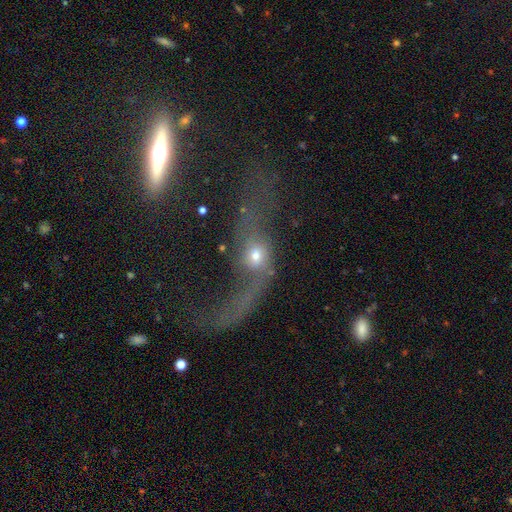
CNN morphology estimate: A featured or disk galaxy (56%).

Vote fractions:
- Smooth or featured? featured or disk: 56% / smooth: 30% / star or artifact: 14%
- Edge-on disk? no: 77% / yes: 23%
- Merging? major disturbance: 46% / none: 24% / merger: 16% / minor disturbance: 13%